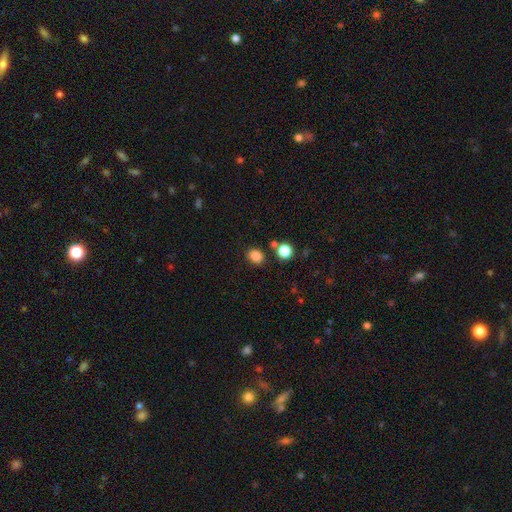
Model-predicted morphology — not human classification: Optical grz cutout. It shows a smooth galaxy with no disk features (84%) that is round (53%). Merging: none (80%).